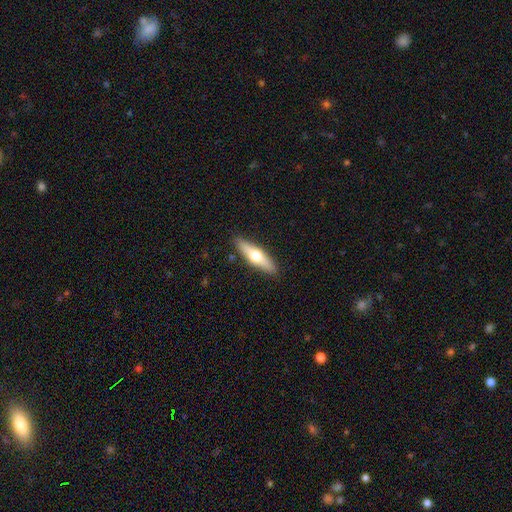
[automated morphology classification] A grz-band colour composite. It shows a smooth galaxy with no disk features (49%). Merging: none (89%).